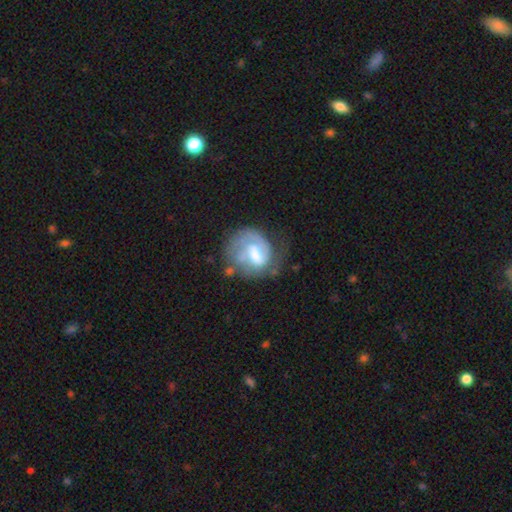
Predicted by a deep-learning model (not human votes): This is likely a featured or disk galaxy (65%). It is clearly not viewed edge-on (97%). Bar: possibly weak (50%). Spiral arm pattern: likely yes (75%). Central bulge: possibly moderate (49%). Merging: possibly none (45%).